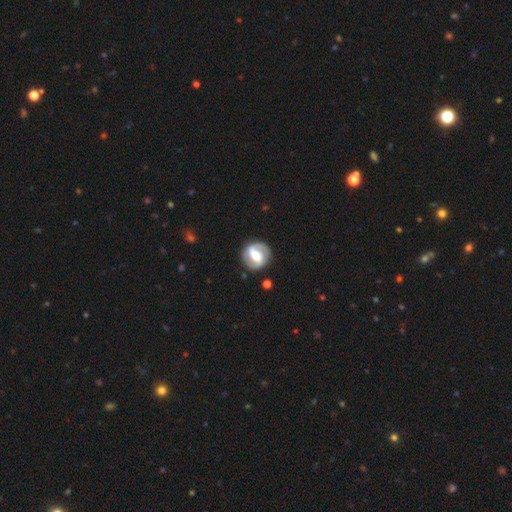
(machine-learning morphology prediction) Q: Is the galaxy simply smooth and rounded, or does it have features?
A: featured or disk — 80%.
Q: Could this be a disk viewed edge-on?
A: no — 97%.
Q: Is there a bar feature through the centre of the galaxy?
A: strong — 46%.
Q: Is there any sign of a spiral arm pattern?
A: yes — 91%.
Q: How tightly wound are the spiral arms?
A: medium — 46%.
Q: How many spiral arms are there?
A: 2 — 91%.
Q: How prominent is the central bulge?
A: moderate — 58%.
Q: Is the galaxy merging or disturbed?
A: none — 85%.